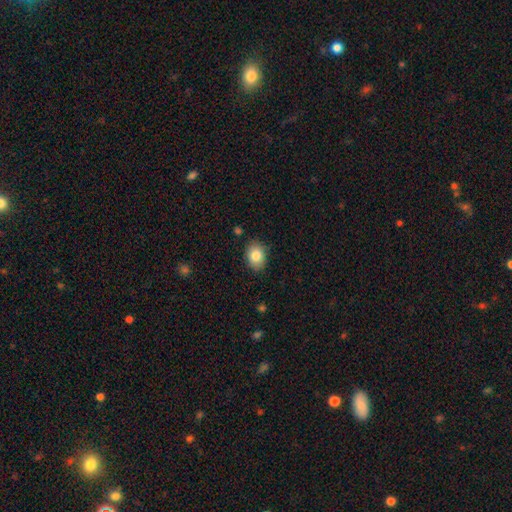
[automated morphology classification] smooth 84%, star or artifact 8%, featured or disk 8%. Down the decision tree: how rounded — in between (66%); merging — none (86%).